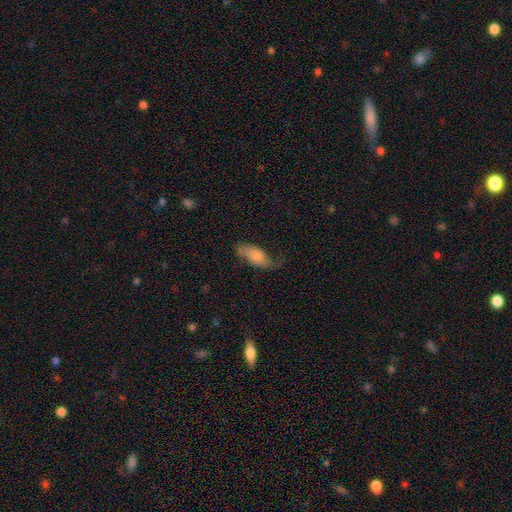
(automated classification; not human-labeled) smooth 60%, featured or disk 34%, star or artifact 7%. Down the decision tree: how rounded — in between (77%); merging — none (45%).